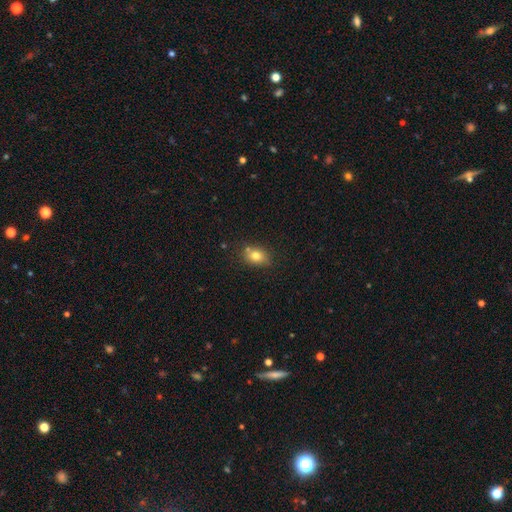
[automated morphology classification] smooth 78%, star or artifact 11%, featured or disk 11%. Down the decision tree: how rounded — in between (66%); merging — none (71%).